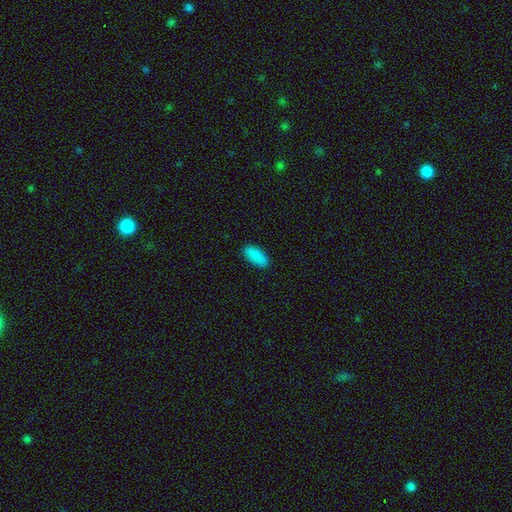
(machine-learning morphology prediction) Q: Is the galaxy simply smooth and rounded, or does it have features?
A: smooth — 89%.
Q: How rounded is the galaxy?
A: in between — 85%.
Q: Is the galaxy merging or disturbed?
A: none — 88%.